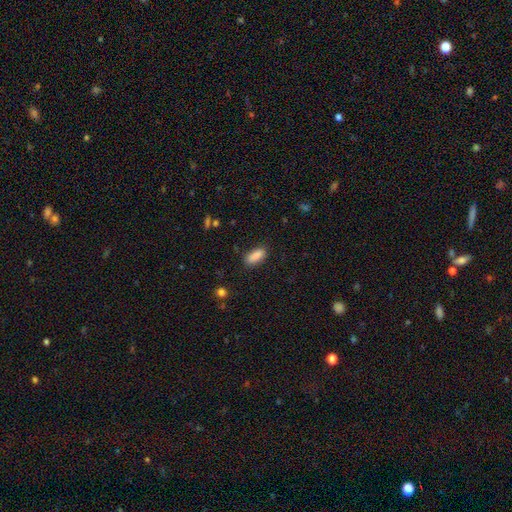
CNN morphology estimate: Q: Smooth or featured?
A: smooth (89%); runner-up: star or artifact (7%)
Q: How rounded?
A: in between (82%); runner-up: cigar-shaped (16%)
Q: Merging?
A: none (84%); runner-up: minor disturbance (12%)